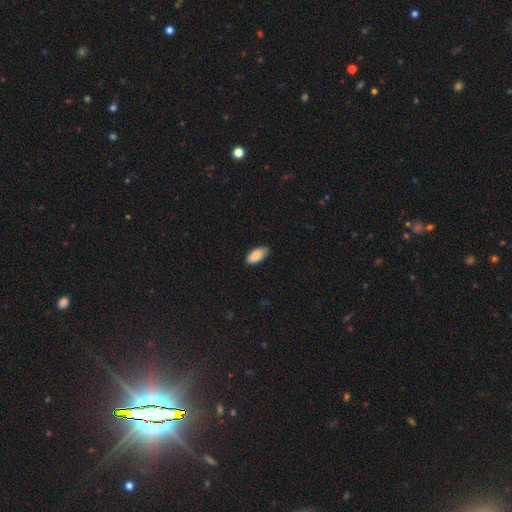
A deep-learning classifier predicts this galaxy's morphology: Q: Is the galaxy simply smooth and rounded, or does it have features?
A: smooth — 89%.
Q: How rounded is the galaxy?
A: in between — 92%.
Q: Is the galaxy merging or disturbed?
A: none — 82%.